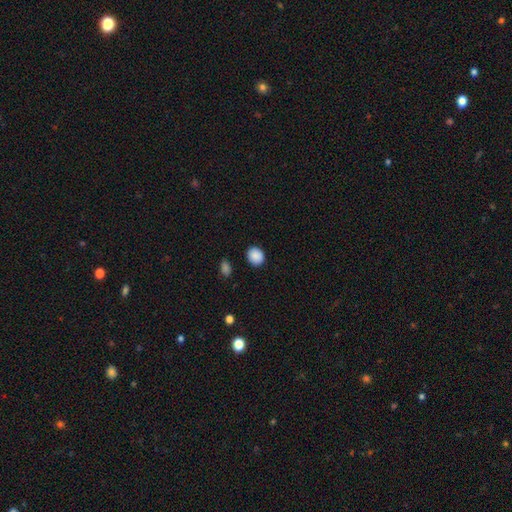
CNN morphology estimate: A smooth galaxy with no disk features (88%) that is round (72%). Merging: none (88%).